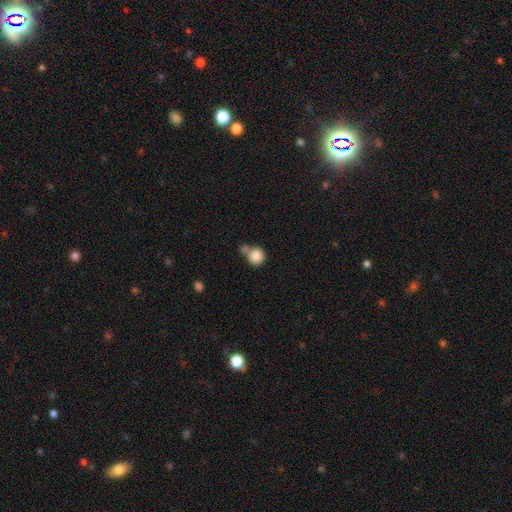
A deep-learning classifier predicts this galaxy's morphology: Q: Smooth or featured?
A: smooth (86%); runner-up: star or artifact (8%)
Q: How rounded?
A: round (86%); runner-up: in between (13%)
Q: Merging?
A: none (41%); runner-up: merger (39%)